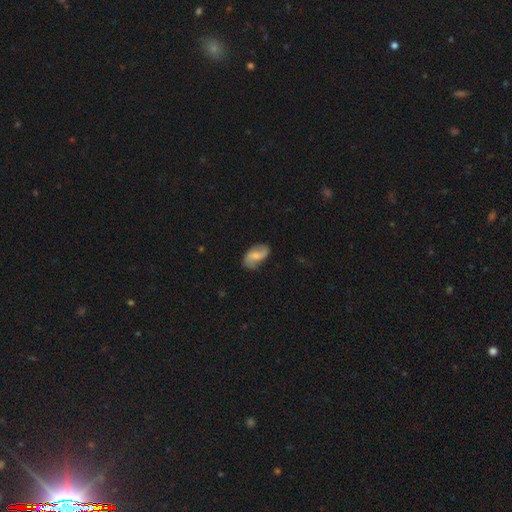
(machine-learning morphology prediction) Smooth or featured? Predicted: featured or disk (p=0.56). Edge-on disk? Predicted: no (p=0.96). Bar? Predicted: weak (p=0.45). Spiral arms? Predicted: yes (p=0.90). Bulge size? Predicted: small (p=0.43). Merging? Predicted: none (p=0.73).